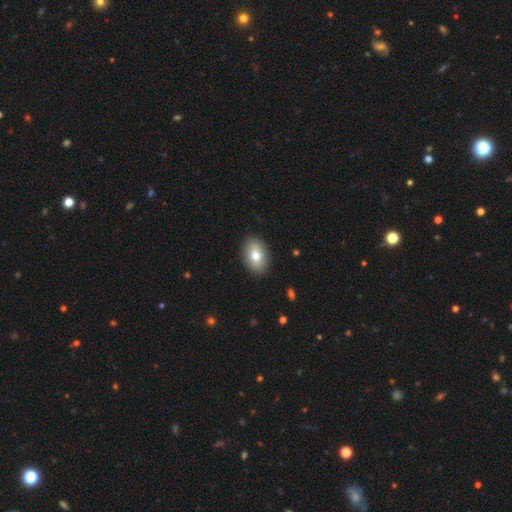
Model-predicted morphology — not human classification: This is likely a smooth galaxy (73%). How rounded: clearly in between (85%). Merging: clearly none (89%).